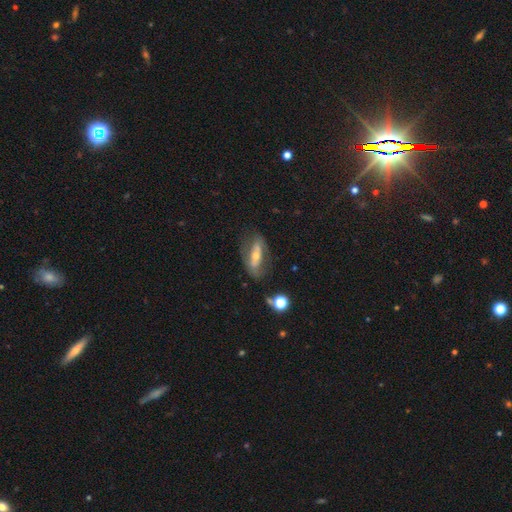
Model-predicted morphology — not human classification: Smooth or featured? featured or disk (63%)
Edge-on disk? no (70%)
Merging? none (63%)